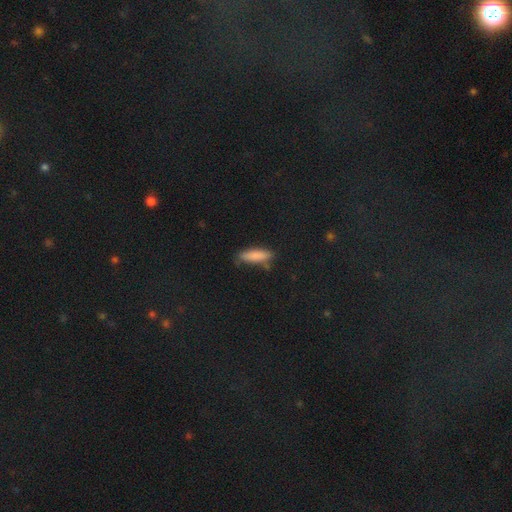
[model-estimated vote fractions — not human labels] smooth_or_featured: smooth (p=0.84) [alt: featured or disk p=0.08]
how_rounded: cigar-shaped (p=0.56) [alt: in between p=0.42]
merging: none (p=0.72) [alt: minor disturbance p=0.20]